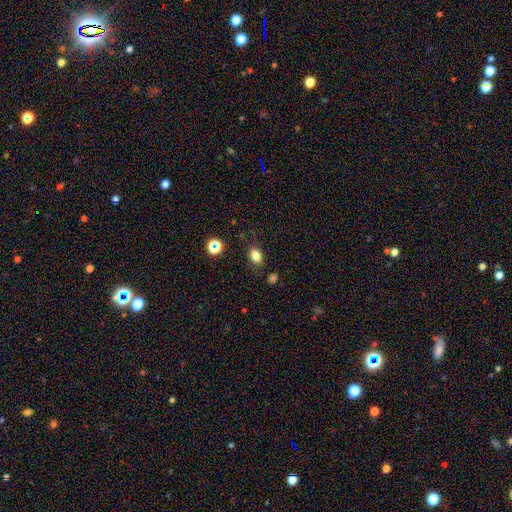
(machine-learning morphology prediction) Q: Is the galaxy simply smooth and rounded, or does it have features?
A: smooth — 78%.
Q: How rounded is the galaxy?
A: in between — 72%.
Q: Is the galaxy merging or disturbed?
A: none — 81%.